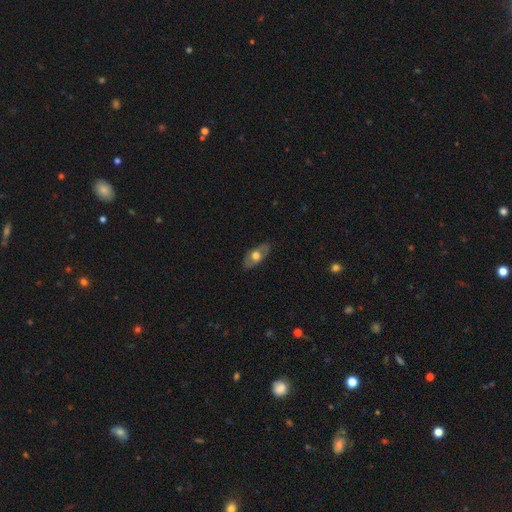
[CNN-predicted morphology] This is possibly a smooth galaxy (50%). Merging: clearly none (82%).